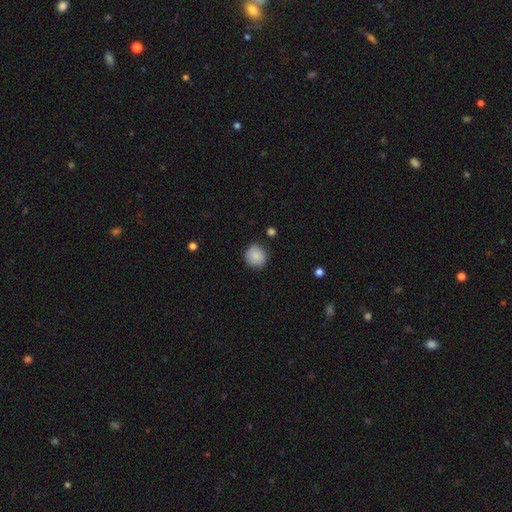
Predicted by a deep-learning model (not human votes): Smooth or featured? Predicted: smooth (p=0.87). How rounded? Predicted: round (p=0.89). Merging? Predicted: none (p=0.83).